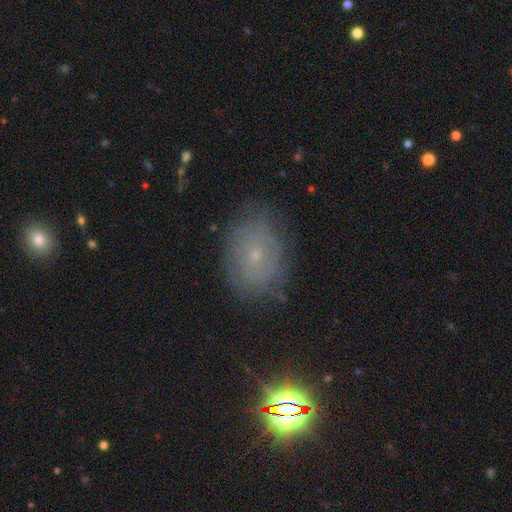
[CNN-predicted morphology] Smooth or featured? featured or disk (44%)
Merging? none (79%)